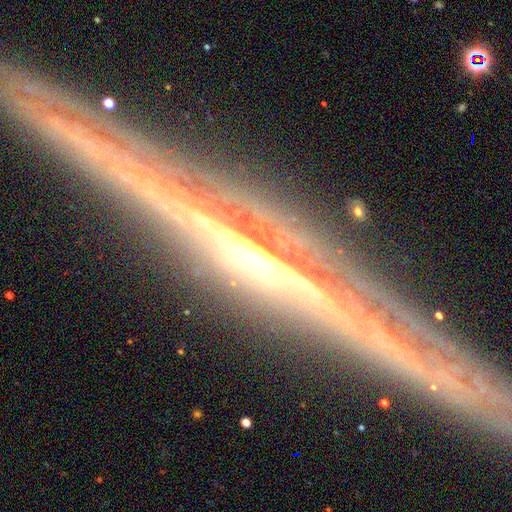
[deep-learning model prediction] A featured or disk galaxy (80%) viewed edge-on (85%) with a rounded central bulge (63%).

Vote fractions:
- Smooth or featured? featured or disk: 80% / star or artifact: 10% / smooth: 10%
- Edge-on disk? yes: 85% / no: 15%
- Edge-on bulge? rounded: 63% / none: 24% / boxy: 13%
- Merging? none: 77% / minor disturbance: 13% / major disturbance: 6% / merger: 4%